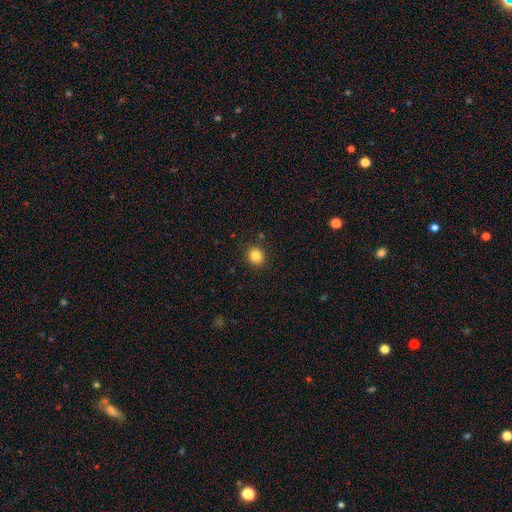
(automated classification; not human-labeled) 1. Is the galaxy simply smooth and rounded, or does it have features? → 84% smooth, 11% star or artifact, 5% featured or disk.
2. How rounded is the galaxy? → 92% round, 7% in between, 1% cigar-shaped.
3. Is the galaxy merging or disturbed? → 90% none, 7% minor disturbance, 2% major disturbance, 1% merger.